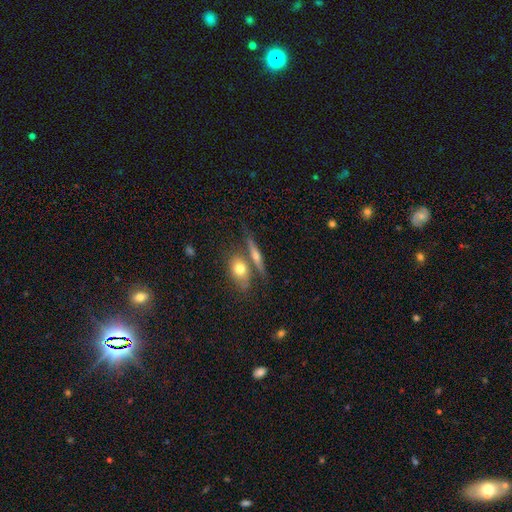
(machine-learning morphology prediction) A featured or disk galaxy (46%). Merging: none (61%).